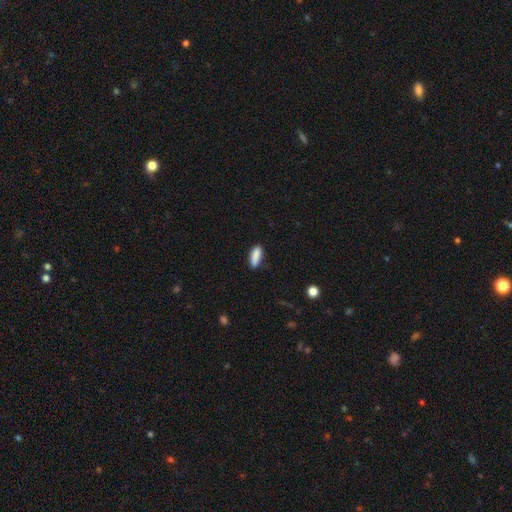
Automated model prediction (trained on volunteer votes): smooth_or_featured: smooth (p=0.88) [alt: star or artifact p=0.07]
how_rounded: in between (p=0.66) [alt: cigar-shaped p=0.32]
merging: none (p=0.77) [alt: minor disturbance p=0.18]